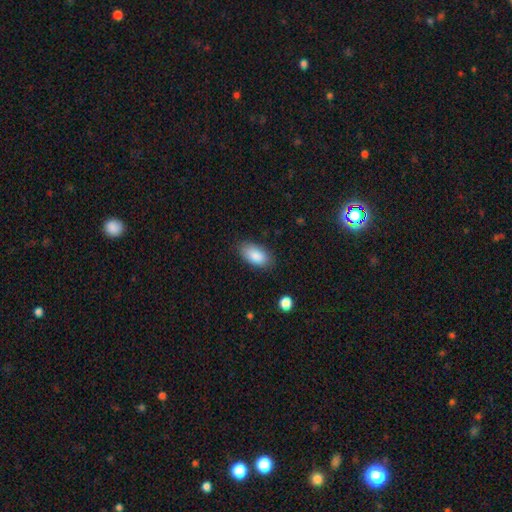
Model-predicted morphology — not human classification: Q: Smooth or featured?
A: smooth (88%); runner-up: star or artifact (7%)
Q: How rounded?
A: in between (93%); runner-up: cigar-shaped (4%)
Q: Merging?
A: none (83%); runner-up: minor disturbance (13%)